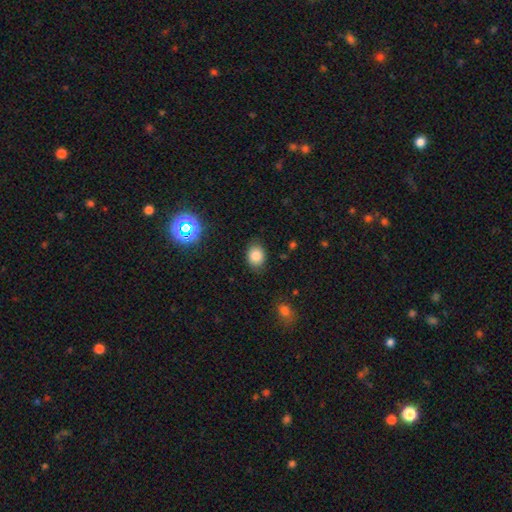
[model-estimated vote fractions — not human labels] This is clearly a smooth galaxy (82%). How rounded: possibly in between (54%). Merging: clearly none (83%).